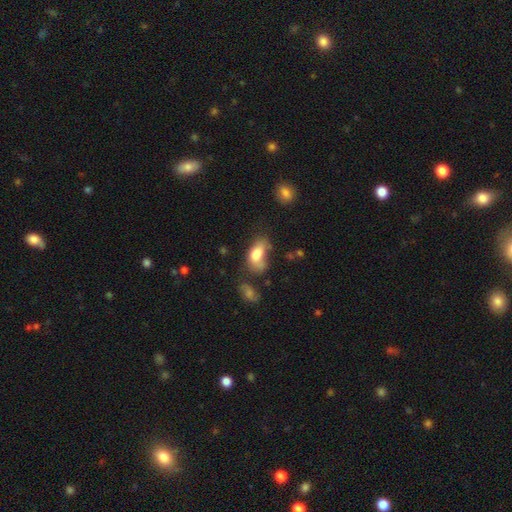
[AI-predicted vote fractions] Smooth or featured: smooth — 74% (featured or disk — 18%)
How rounded: in between — 90% (round — 7%)
Merging: none — 31% (minor disturbance — 29%)